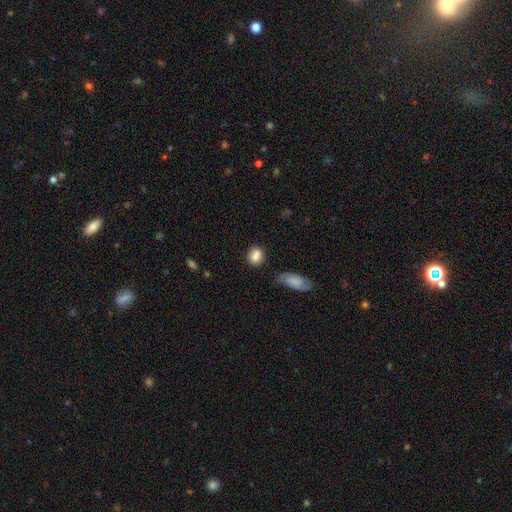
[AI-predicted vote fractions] Morphology: type=smooth (83%); roundness=round (56%); merging=none (65%).